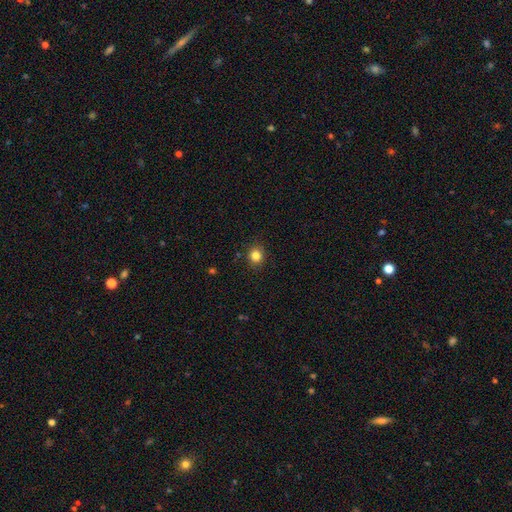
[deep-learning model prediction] Smooth or featured? smooth (82%)
How rounded? round (84%)
Merging? none (90%)